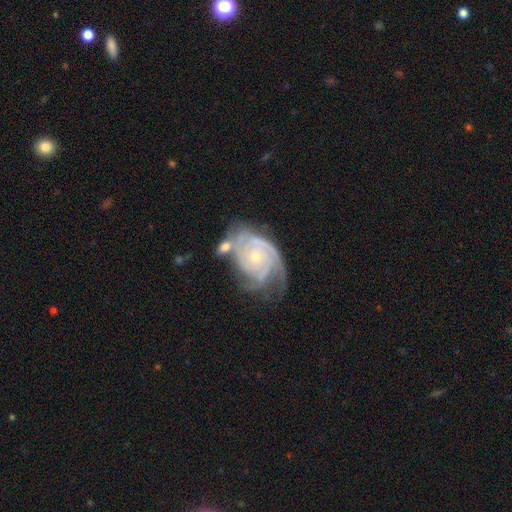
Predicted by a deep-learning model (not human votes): A featured or disk galaxy (86%) with no bar (76%), 3 (28%, tied with can't tell) tight (66%) spiral arms (96%) and a small central bulge (68%). Merging: none (45%).